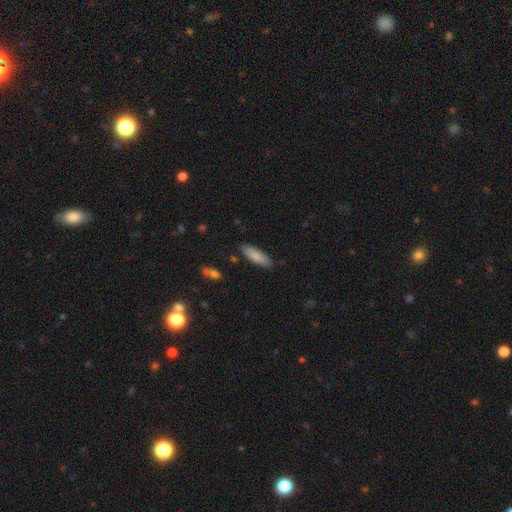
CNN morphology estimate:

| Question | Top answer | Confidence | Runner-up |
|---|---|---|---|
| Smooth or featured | smooth | 86% | featured or disk (9%) |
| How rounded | cigar-shaped | 51% | in between (48%) |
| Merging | none | 85% | minor disturbance (11%) |